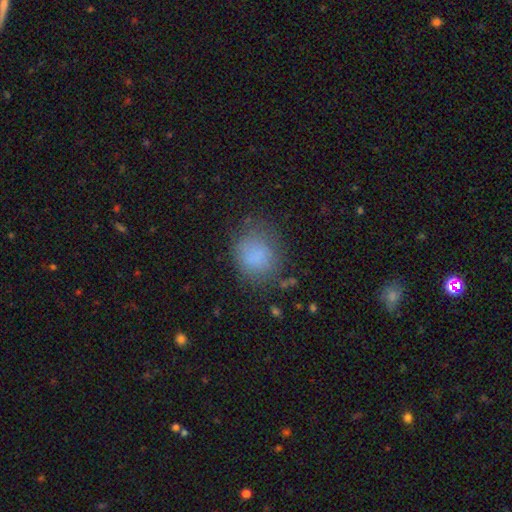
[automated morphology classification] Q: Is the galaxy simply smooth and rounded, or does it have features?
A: smooth — 82%.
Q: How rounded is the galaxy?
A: round — 72%.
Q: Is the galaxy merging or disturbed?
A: none — 69%.